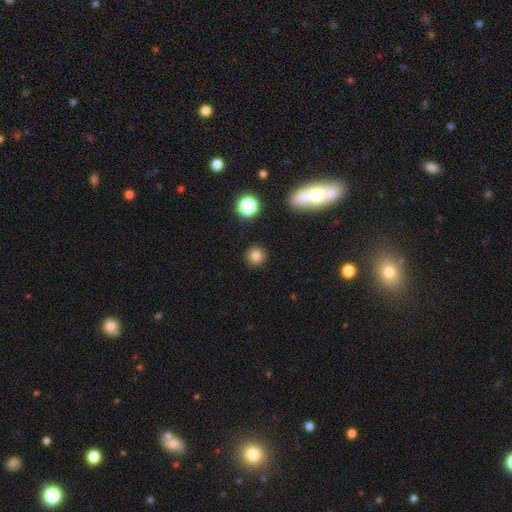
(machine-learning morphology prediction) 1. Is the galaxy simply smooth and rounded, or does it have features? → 80% smooth, 14% star or artifact, 6% featured or disk.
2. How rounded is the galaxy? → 95% round, 4% in between, 1% cigar-shaped.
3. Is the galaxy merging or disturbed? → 91% none, 5% minor disturbance, 2% major disturbance, 1% merger.